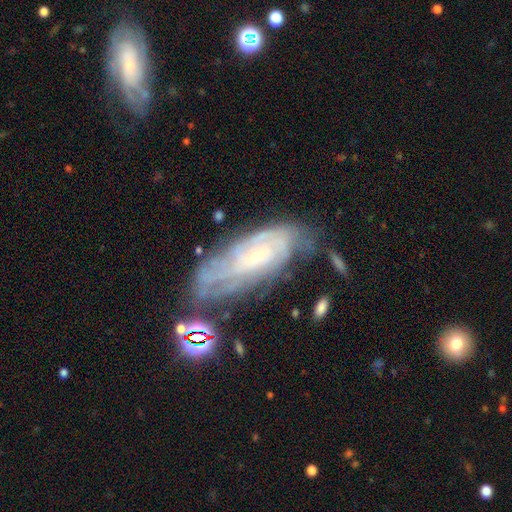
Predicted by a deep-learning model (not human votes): This appears to be a featured or disk galaxy (80%) with no bar (65%), tight (69%) spiral arms (93%) and a small central bulge (77%). Merging: none (58%).